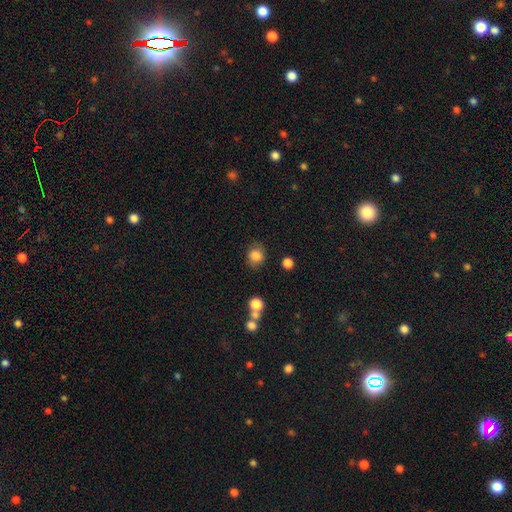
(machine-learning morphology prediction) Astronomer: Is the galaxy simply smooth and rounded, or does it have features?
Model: smooth — 83%.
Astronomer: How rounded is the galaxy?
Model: round — 77%.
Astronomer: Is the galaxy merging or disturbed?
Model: none — 79%.